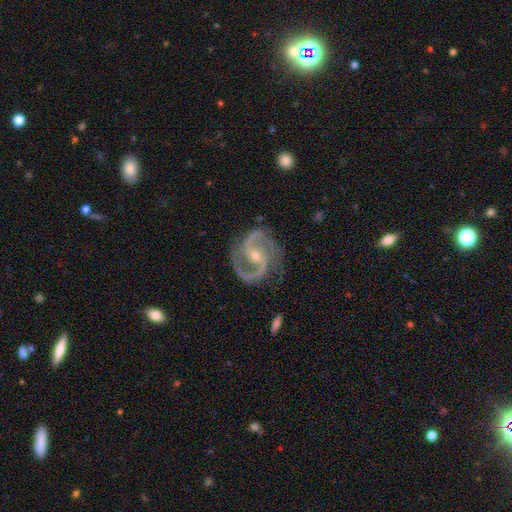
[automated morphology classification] Overall: featured or disk (93%). Edge-on disk: no (98%). Bar: weak (36%; no 35%). Spiral arms: yes (98%). Spiral arm count: 2 (92%). Spiral winding: medium (63%). Bulge size: small (64%; moderate 33%). Merging: none (76%).